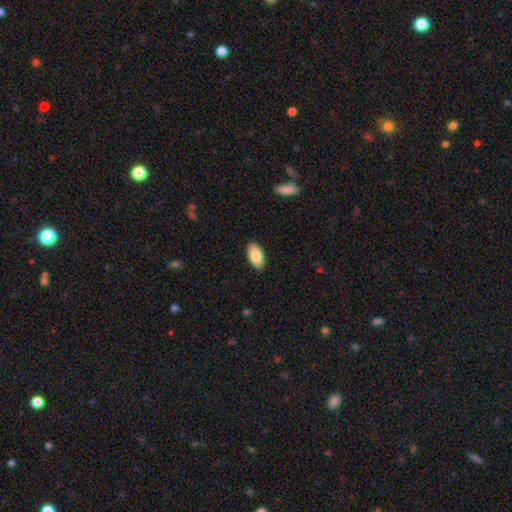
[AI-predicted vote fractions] Overall: smooth (86%). How rounded: in between (95%). Merging: none (87%).